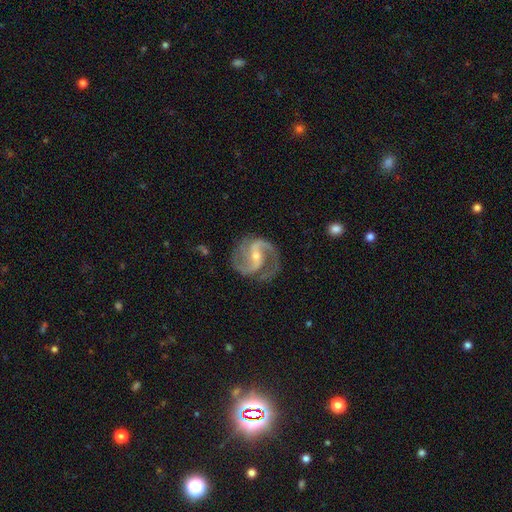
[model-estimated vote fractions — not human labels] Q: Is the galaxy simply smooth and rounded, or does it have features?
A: featured or disk — 92%.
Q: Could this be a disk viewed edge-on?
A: no — 98%.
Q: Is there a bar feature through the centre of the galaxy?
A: weak — 39%.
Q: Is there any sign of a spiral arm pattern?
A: yes — 98%.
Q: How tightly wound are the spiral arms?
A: medium — 60%.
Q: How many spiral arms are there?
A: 2 — 76%.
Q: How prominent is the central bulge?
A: small — 63%.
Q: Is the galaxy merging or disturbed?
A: none — 76%.